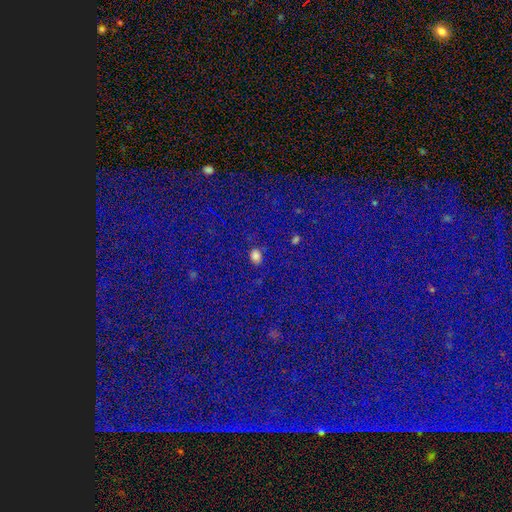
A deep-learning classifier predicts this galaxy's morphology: Q: Smooth or featured?
A: smooth (66%); runner-up: star or artifact (27%)
Q: How rounded?
A: in between (62%); runner-up: round (36%)
Q: Merging?
A: none (78%); runner-up: minor disturbance (13%)